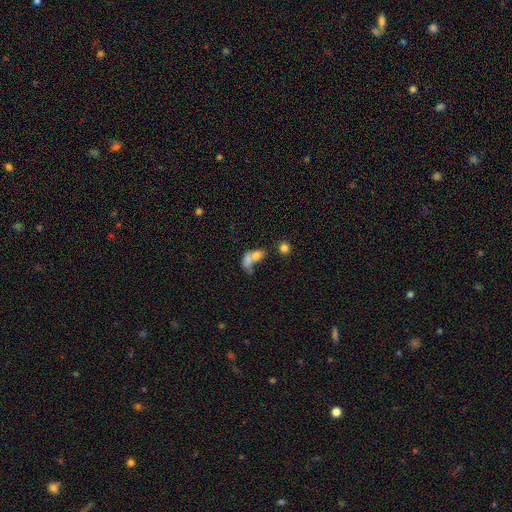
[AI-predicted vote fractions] A smooth galaxy with no disk features (66%) that is in between round and cigar-shaped (73%).

Vote fractions:
- Smooth or featured? smooth: 66% / featured or disk: 22% / star or artifact: 12%
- How rounded? in between: 73% / round: 21% / cigar-shaped: 6%
- Merging? merger: 58% / none: 18% / major disturbance: 14% / minor disturbance: 9%